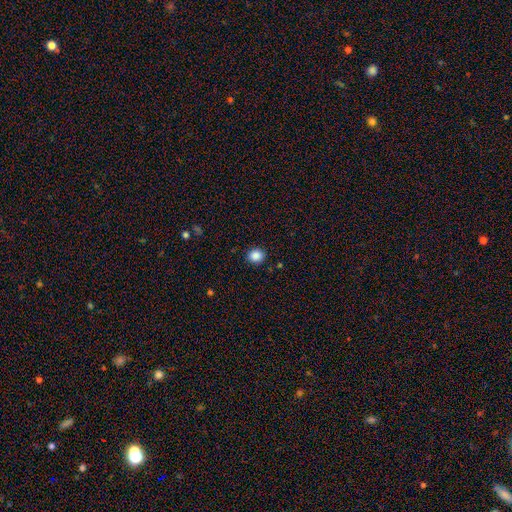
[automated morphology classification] smooth_or_featured: smooth (p=0.87) [alt: star or artifact p=0.10]
how_rounded: round (p=0.84) [alt: in between p=0.15]
merging: none (p=0.90) [alt: minor disturbance p=0.06]